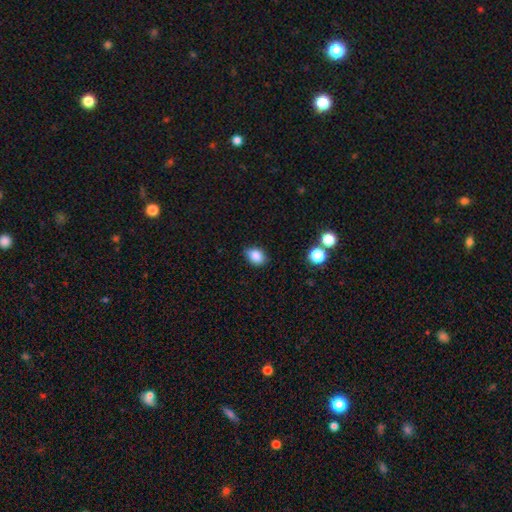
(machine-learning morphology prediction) Smooth or featured? Predicted: smooth (p=0.86). How rounded? Predicted: in between (p=0.68). Merging? Predicted: none (p=0.79).